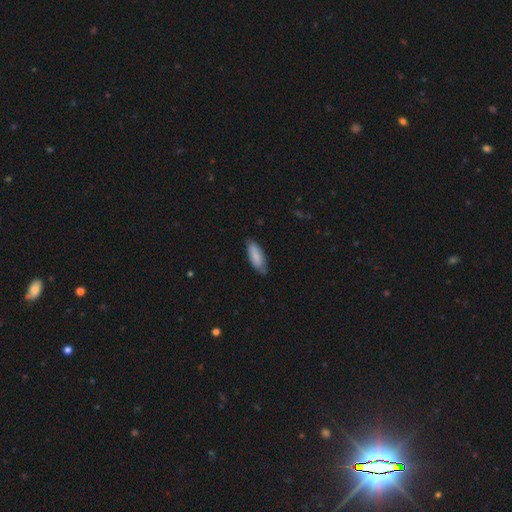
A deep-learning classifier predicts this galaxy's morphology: smooth-or-featured: smooth: 83% | featured or disk: 12% | star or artifact: 6%
  how-rounded: in between: 71% | cigar-shaped: 27% | round: 2%
  merging: none: 72% | minor disturbance: 23% | major disturbance: 3% | merger: 2%